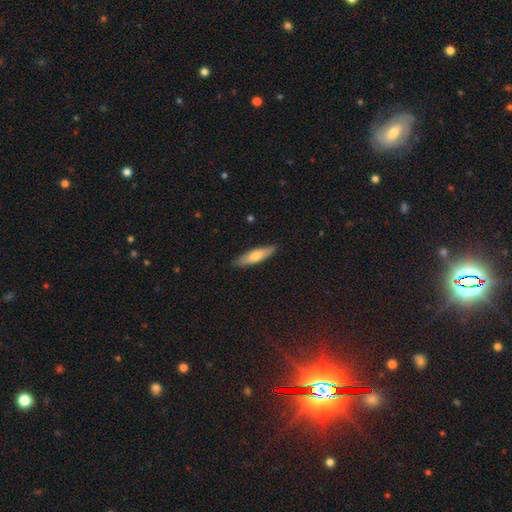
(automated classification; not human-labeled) Morphology: type=smooth (63%); roundness=cigar-shaped (66%); merging=none (88%).